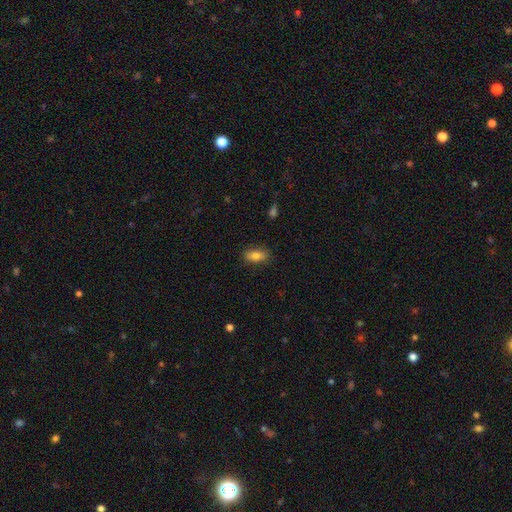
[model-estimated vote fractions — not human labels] Q: Smooth or featured?
A: smooth (81%); runner-up: featured or disk (11%)
Q: How rounded?
A: in between (87%); runner-up: cigar-shaped (8%)
Q: Merging?
A: none (85%); runner-up: minor disturbance (11%)